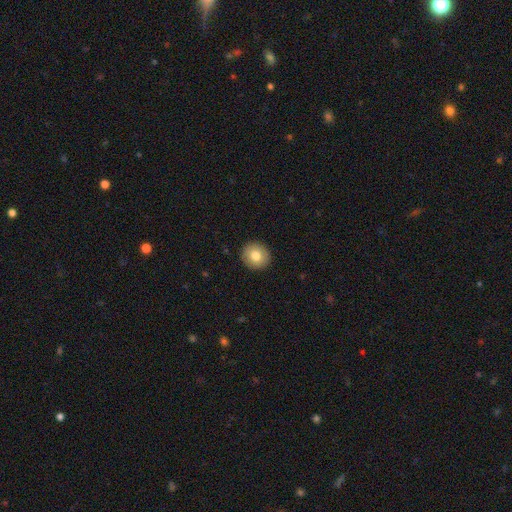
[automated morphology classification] The model was most divided on "smooth or featured": smooth: 79%, featured or disk: 12%, star or artifact: 8%. More confident: merging — none (93%); how rounded — round (92%).